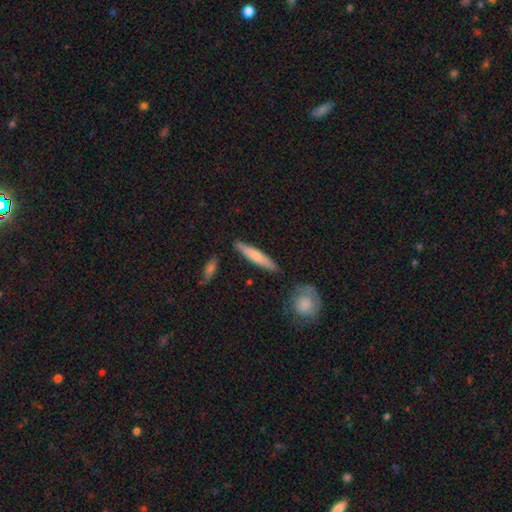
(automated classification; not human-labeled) The model was most divided on "smooth or featured": smooth: 66%, featured or disk: 28%, star or artifact: 6%. More confident: how rounded — cigar-shaped (87%); merging — none (83%).